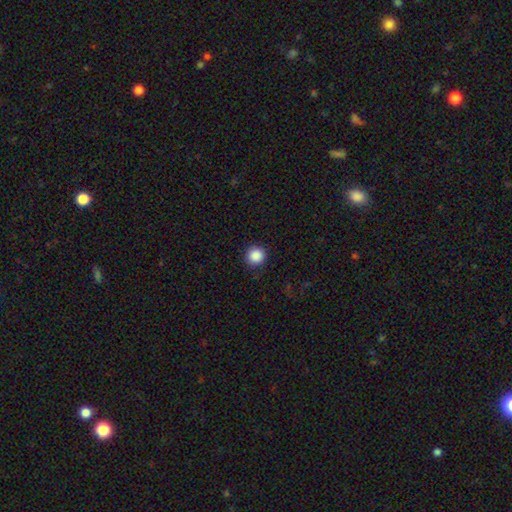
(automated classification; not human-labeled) A smooth galaxy with no disk features (88%) that is round (95%).

Vote fractions:
- Smooth or featured? smooth: 88% / star or artifact: 10% / featured or disk: 3%
- How rounded? round: 95% / in between: 4% / cigar-shaped: 1%
- Merging? none: 90% / minor disturbance: 7% / major disturbance: 2% / merger: 1%